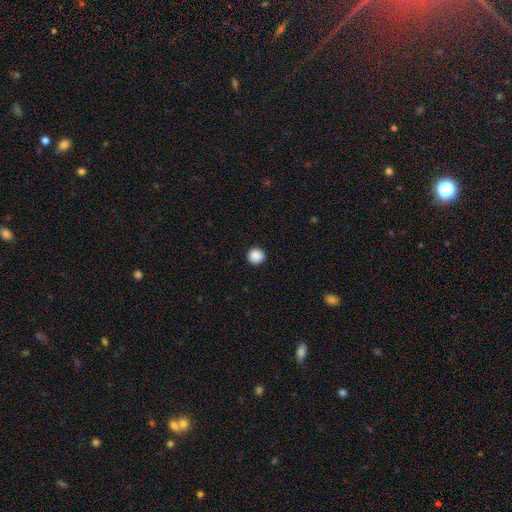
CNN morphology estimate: Smooth or featured? Predicted: smooth (p=0.89). How rounded? Predicted: round (p=0.95). Merging? Predicted: none (p=0.92).